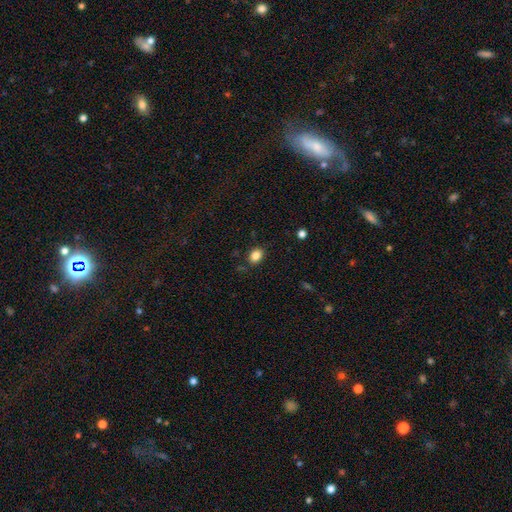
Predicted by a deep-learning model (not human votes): This is clearly a smooth galaxy (85%). How rounded: likely in between (63%). Merging: clearly none (84%).